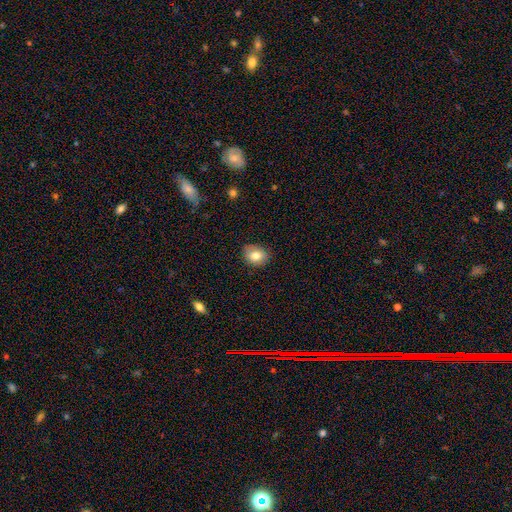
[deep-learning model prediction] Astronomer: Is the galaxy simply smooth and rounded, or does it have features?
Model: smooth — 80%.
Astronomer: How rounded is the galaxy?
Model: round — 53% (runner-up: in between, 46%).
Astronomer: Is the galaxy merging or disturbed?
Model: none — 83%.